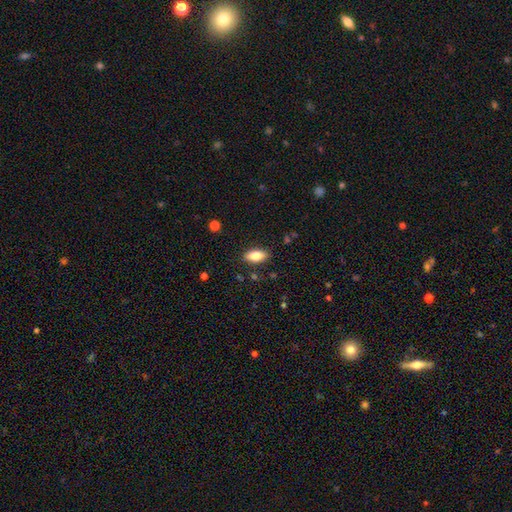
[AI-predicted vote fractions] Smooth or featured: smooth — 81% (featured or disk — 12%)
How rounded: in between — 89% (cigar-shaped — 7%)
Merging: none — 87% (minor disturbance — 10%)